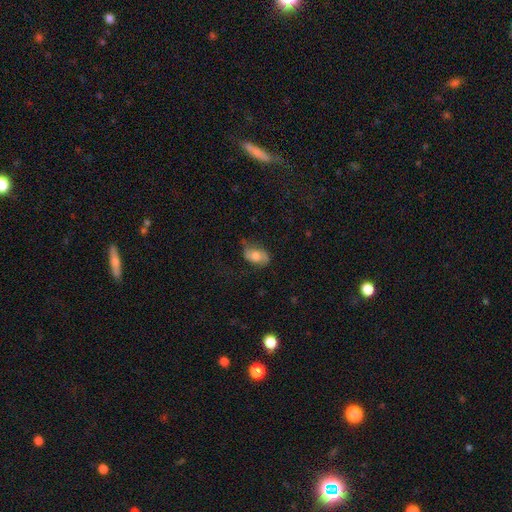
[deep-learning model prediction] smooth 51%, featured or disk 41%, star or artifact 8%. Down the decision tree: how rounded — in between (86%); merging — none (54%).